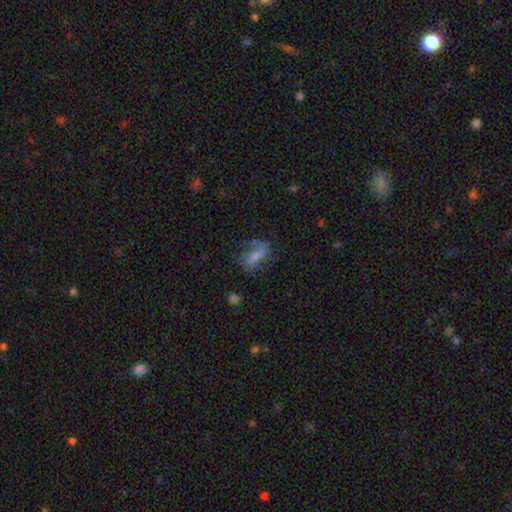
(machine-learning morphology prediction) Smooth or featured?
  - featured or disk: 44% *
  - smooth: 40%
  - star or artifact: 15%
Merging?
  - none: 52% *
  - minor disturbance: 23%
  - major disturbance: 21%
  - merger: 4%